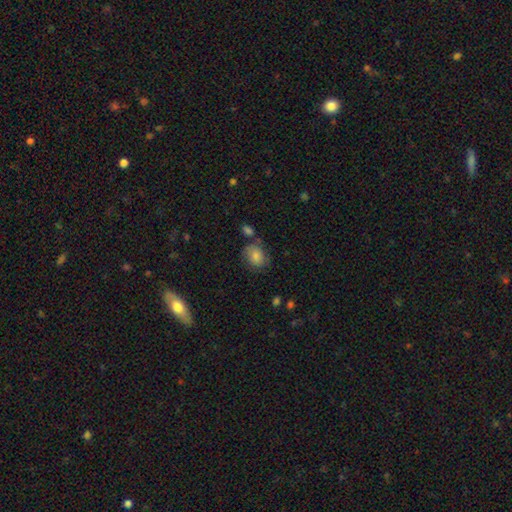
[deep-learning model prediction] Smooth or featured: smooth — 64% (featured or disk — 23%)
How rounded: round — 55% (in between — 43%)
Merging: none — 67% (minor disturbance — 19%)